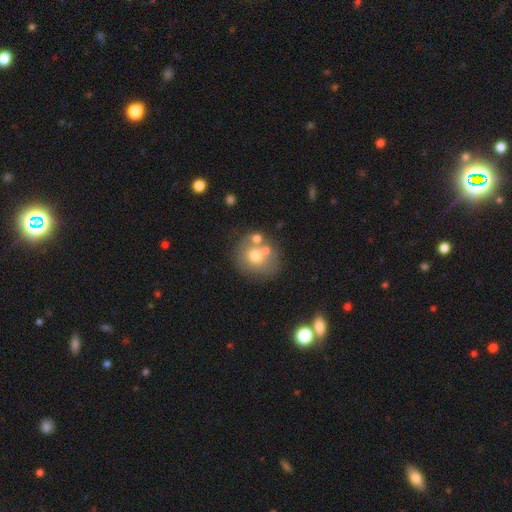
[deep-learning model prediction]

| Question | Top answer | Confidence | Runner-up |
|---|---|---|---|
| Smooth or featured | smooth | 62% | featured or disk (27%) |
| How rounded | round | 82% | in between (17%) |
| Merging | none | 55% | merger (25%) |